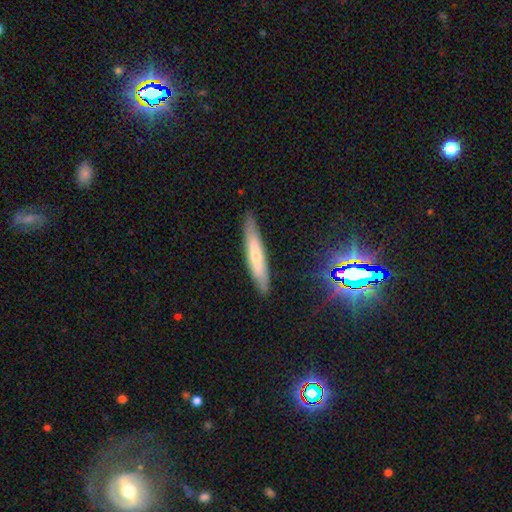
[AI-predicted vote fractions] Smooth or featured: smooth — 48% (featured or disk — 44%)
Merging: none — 87% (minor disturbance — 10%)